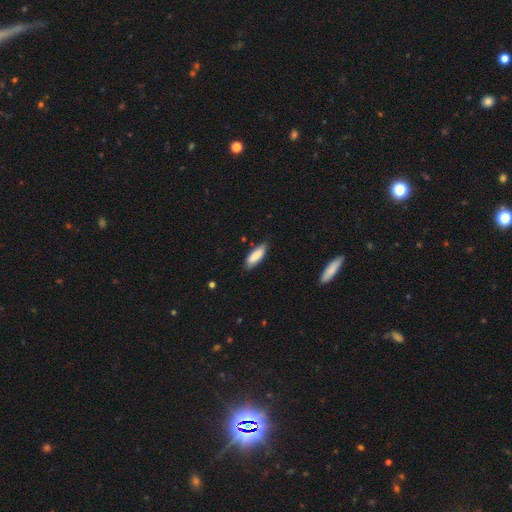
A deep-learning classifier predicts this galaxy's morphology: Smooth or featured: smooth — 85% (featured or disk — 9%)
How rounded: in between — 60% (cigar-shaped — 39%)
Merging: none — 80% (minor disturbance — 16%)